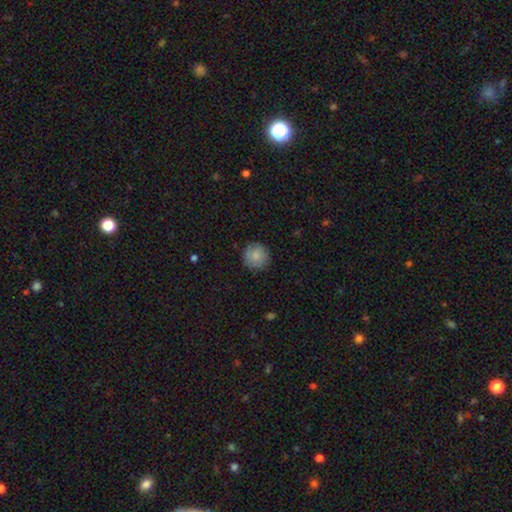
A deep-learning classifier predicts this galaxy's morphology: smooth 84%, featured or disk 9%, star or artifact 7%. Down the decision tree: how rounded — round (94%); merging — none (87%).